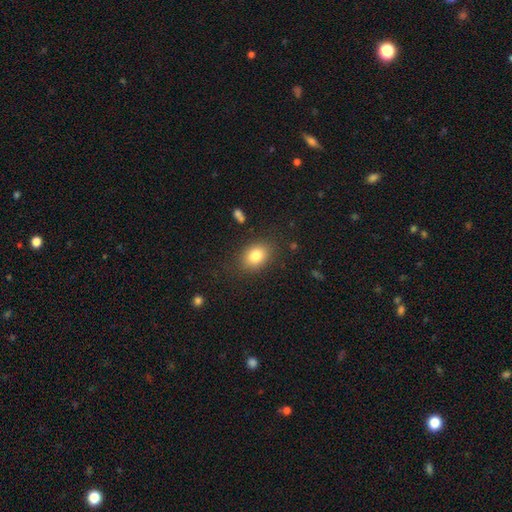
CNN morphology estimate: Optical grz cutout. It shows a smooth galaxy with no disk features (81%) that is in between round and cigar-shaped (69%). Merging: none (84%).